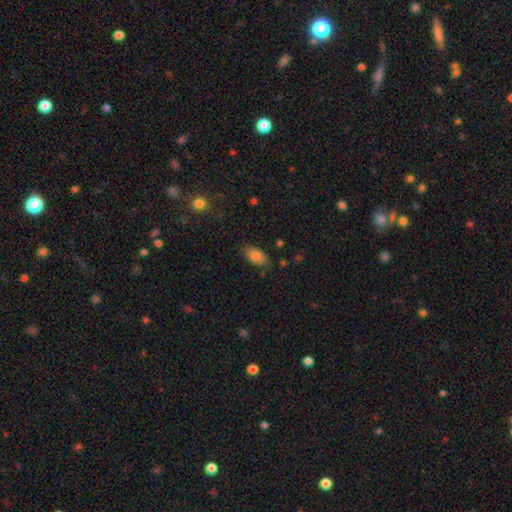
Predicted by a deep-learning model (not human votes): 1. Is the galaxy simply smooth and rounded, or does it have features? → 81% smooth, 10% featured or disk, 8% star or artifact.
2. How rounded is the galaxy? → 91% in between, 5% cigar-shaped, 4% round.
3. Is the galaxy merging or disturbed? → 79% none, 16% minor disturbance, 3% major disturbance, 2% merger.